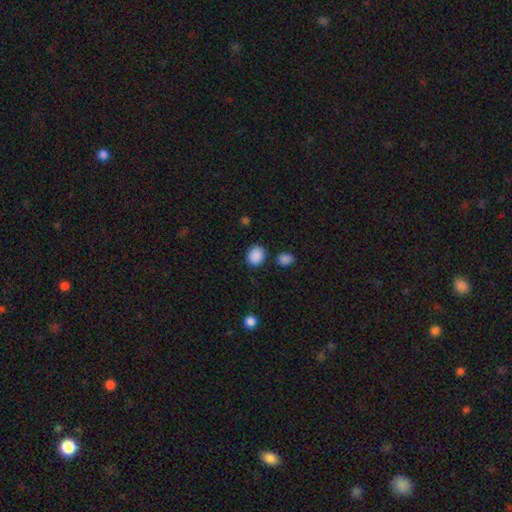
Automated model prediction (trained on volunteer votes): Smooth or featured?
  - smooth: 88% *
  - star or artifact: 9%
  - featured or disk: 3%
How rounded?
  - round: 67% *
  - in between: 32%
  - cigar-shaped: 1%
Merging?
  - none: 83% *
  - minor disturbance: 9%
  - merger: 5%
  - major disturbance: 3%